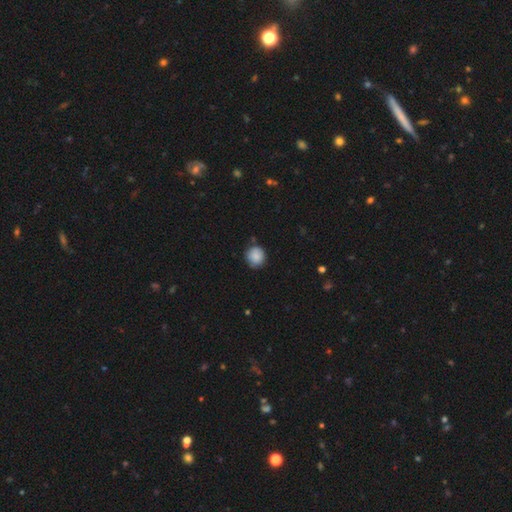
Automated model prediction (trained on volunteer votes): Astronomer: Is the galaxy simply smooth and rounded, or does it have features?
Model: smooth — 86%.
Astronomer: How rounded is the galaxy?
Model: round — 91%.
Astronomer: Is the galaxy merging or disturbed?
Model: none — 79%.